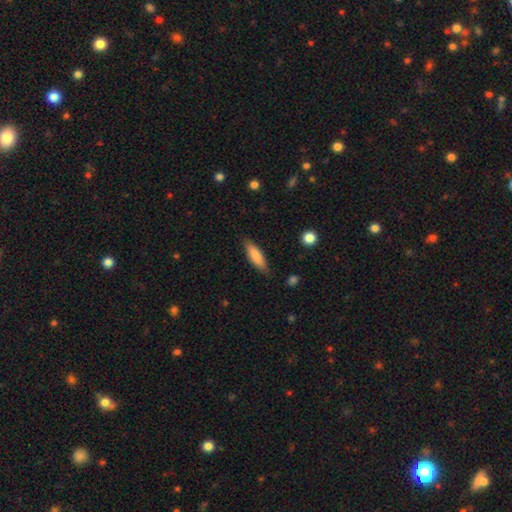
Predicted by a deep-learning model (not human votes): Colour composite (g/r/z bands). It shows a smooth galaxy with no disk features (83%) that is cigar-shaped (54%). Merging: none (83%).